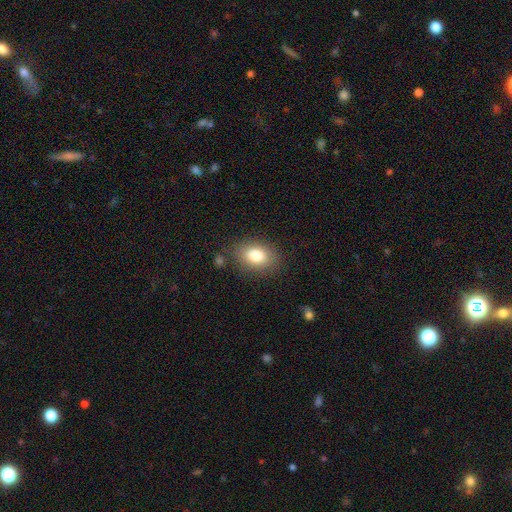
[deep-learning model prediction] This appears to be a smooth galaxy with no disk features (82%) that is in between round and cigar-shaped (77%). Merging: none (82%).